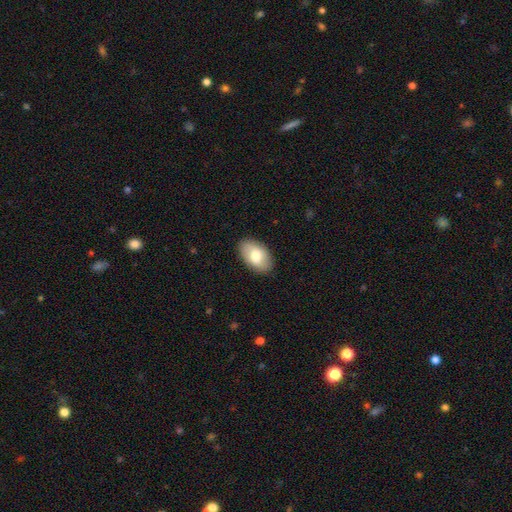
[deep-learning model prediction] smooth-or-featured: smooth: 75% | featured or disk: 19% | star or artifact: 6%
  how-rounded: in between: 93% | round: 5% | cigar-shaped: 1%
  merging: none: 87% | minor disturbance: 10% | major disturbance: 2% | merger: 1%